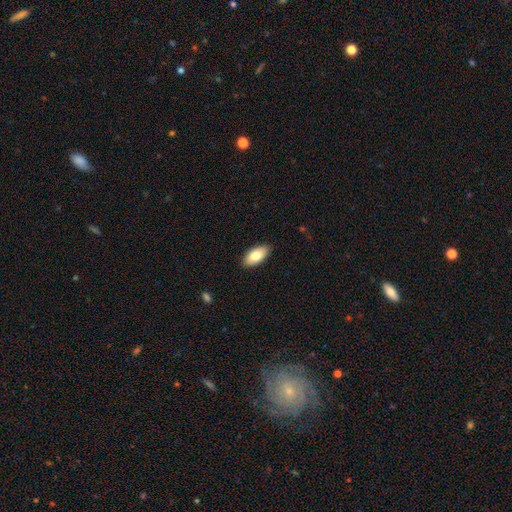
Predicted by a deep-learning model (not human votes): smooth-or-featured: smooth: 82% | featured or disk: 12% | star or artifact: 6%
  how-rounded: in between: 92% | cigar-shaped: 5% | round: 2%
  merging: none: 88% | minor disturbance: 9% | major disturbance: 2% | merger: 1%